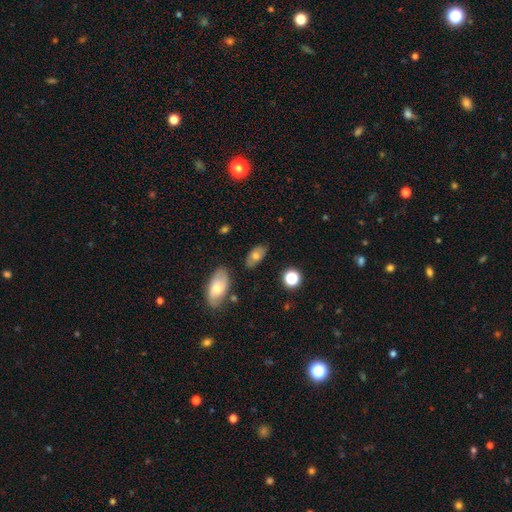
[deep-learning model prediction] Smooth or featured? smooth (69%)
How rounded? in between (91%)
Merging? none (75%)